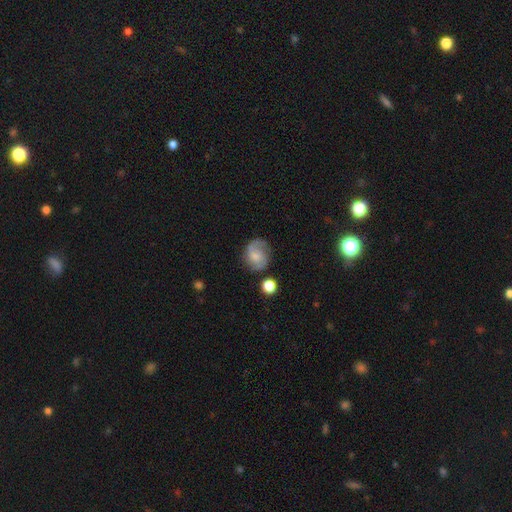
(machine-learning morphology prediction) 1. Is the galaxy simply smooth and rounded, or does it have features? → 60% featured or disk, 32% smooth, 8% star or artifact.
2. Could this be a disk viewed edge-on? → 98% no, 2% yes.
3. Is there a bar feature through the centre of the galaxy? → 56% no, 38% weak, 6% strong.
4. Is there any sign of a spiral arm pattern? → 91% yes, 9% no.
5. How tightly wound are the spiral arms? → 47% medium, 28% tight, 25% loose.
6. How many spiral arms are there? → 75% 2, 10% can't tell, 10% 1, 3% 3, 1% 4, 1% more than 4.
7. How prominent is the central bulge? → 48% small, 31% moderate, 15% none, 4% large, 1% dominant.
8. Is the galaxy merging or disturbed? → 66% none, 21% minor disturbance, 9% major disturbance, 4% merger.